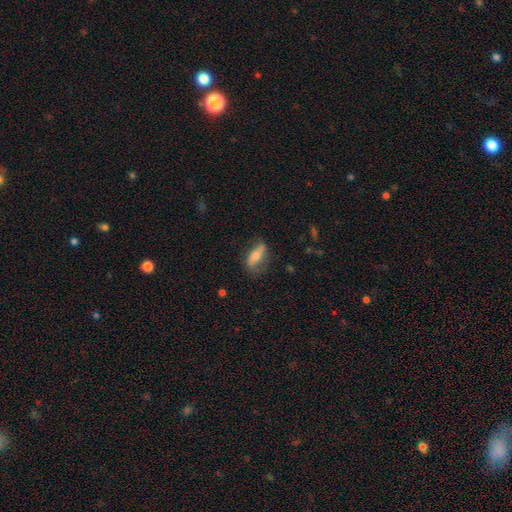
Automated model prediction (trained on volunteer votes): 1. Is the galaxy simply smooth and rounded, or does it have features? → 50% featured or disk, 42% smooth, 8% star or artifact.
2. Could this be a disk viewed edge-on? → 77% no, 23% yes.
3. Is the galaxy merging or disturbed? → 68% none, 22% minor disturbance, 9% major disturbance, 2% merger.